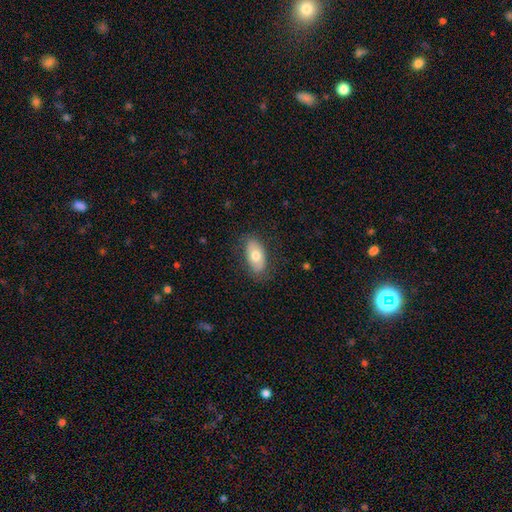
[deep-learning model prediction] A smooth galaxy with no disk features (70%) that is in between round and cigar-shaped (92%).

Vote fractions:
- Smooth or featured? smooth: 70% / featured or disk: 24% / star or artifact: 7%
- How rounded? in between: 92% / round: 4% / cigar-shaped: 4%
- Merging? none: 81% / minor disturbance: 14% / major disturbance: 4% / merger: 1%